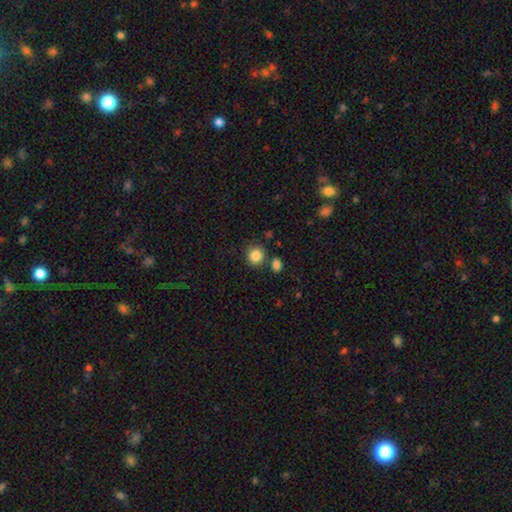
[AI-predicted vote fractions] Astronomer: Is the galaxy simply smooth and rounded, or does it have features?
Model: smooth — 86%.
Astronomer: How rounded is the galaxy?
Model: round — 85%.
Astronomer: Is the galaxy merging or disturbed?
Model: none — 78%.